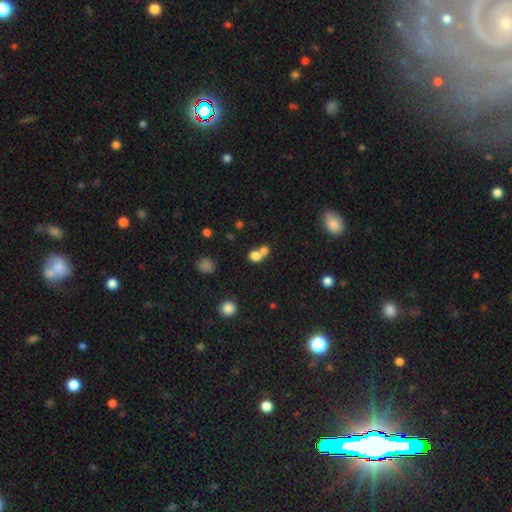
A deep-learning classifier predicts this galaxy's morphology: Q: Smooth or featured?
A: smooth (76%); runner-up: star or artifact (13%)
Q: How rounded?
A: round (65%); runner-up: in between (34%)
Q: Merging?
A: merger (60%); runner-up: none (31%)